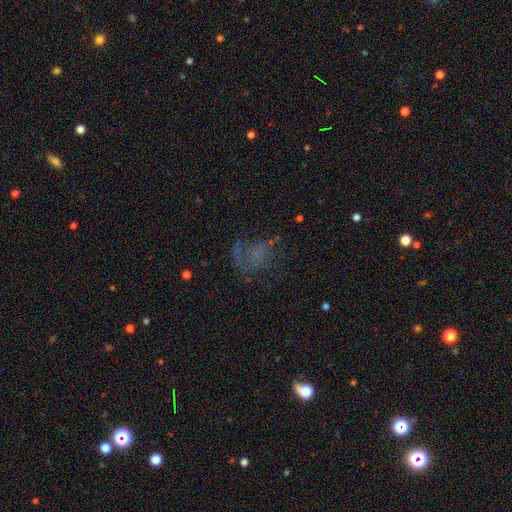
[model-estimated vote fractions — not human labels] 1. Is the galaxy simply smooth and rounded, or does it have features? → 42% featured or disk, 33% smooth, 24% star or artifact.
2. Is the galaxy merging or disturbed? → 41% none, 37% major disturbance, 18% minor disturbance, 3% merger.